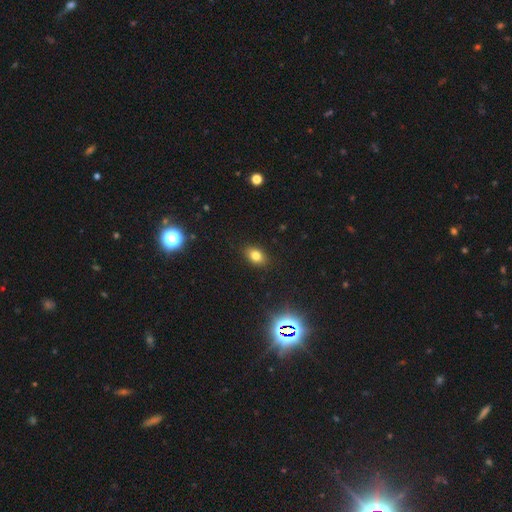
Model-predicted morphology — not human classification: Smooth or featured? Predicted: smooth (p=0.78). How rounded? Predicted: in between (p=0.76). Merging? Predicted: none (p=0.88).